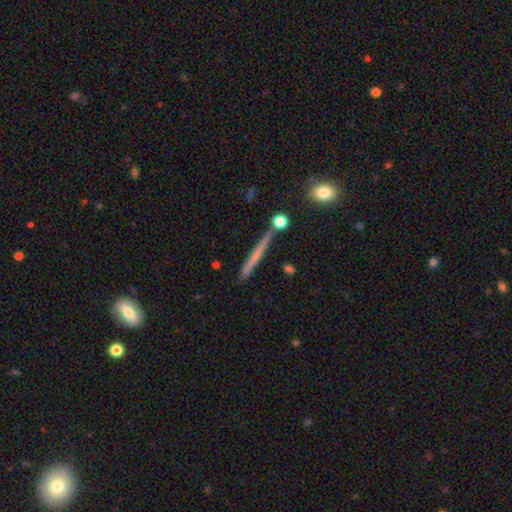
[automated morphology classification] Smooth or featured: featured or disk — 47% (smooth — 46%)
Merging: none — 85% (minor disturbance — 9%)